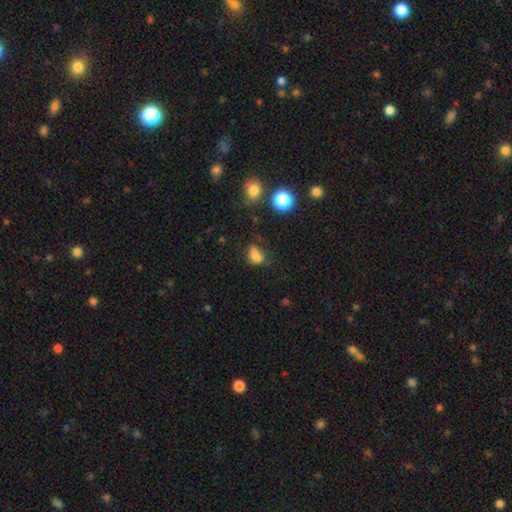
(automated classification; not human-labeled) Smooth or featured? Predicted: smooth (p=0.77). How rounded? Predicted: in between (p=0.75). Merging? Predicted: none (p=0.48).